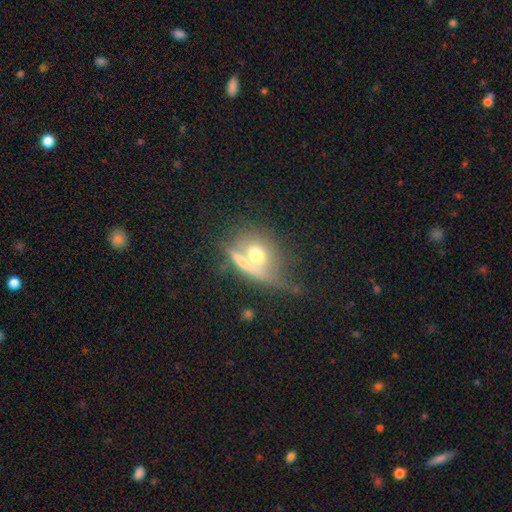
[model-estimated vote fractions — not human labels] Smooth or featured? smooth (58%)
How rounded? round (52%)
Merging? merger (44%)